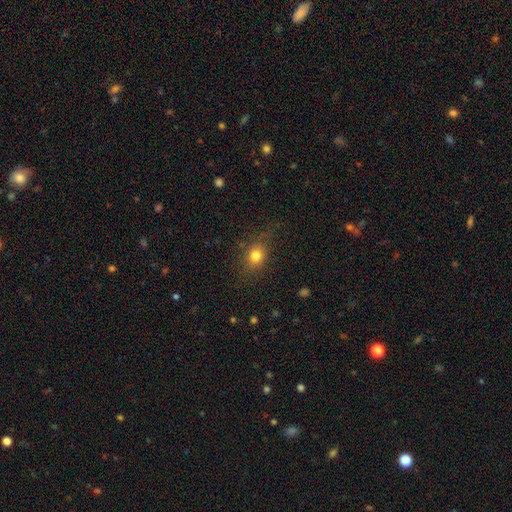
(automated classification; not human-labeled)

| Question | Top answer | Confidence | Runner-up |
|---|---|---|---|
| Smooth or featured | smooth | 77% | star or artifact (13%) |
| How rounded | round | 58% | in between (40%) |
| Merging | none | 77% | minor disturbance (15%) |